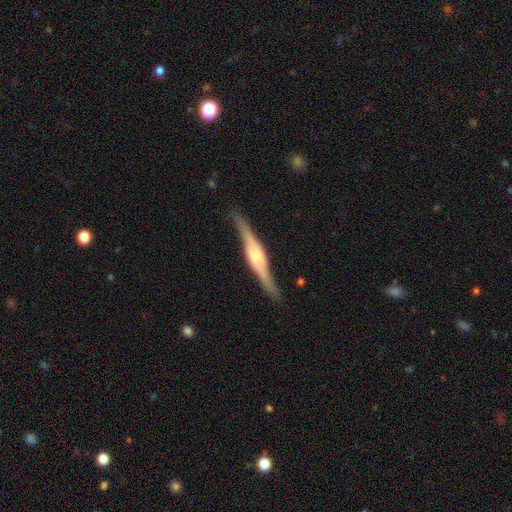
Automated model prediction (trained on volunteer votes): This is likely a featured or disk galaxy (79%). It is clearly viewed edge-on (96%). Edge-on bulge: likely rounded (70%). Merging: clearly none (85%).